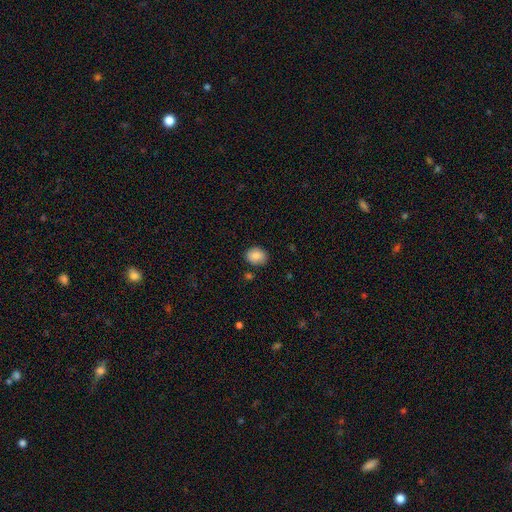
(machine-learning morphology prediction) Smooth or featured? Predicted: smooth (p=0.85). How rounded? Predicted: round (p=0.54). Merging? Predicted: none (p=0.83).